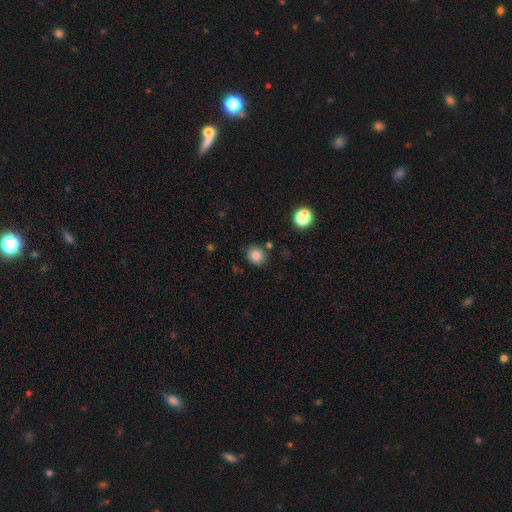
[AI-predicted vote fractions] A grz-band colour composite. It shows a smooth galaxy with no disk features (81%) that is round (84%). Merging: none (82%).